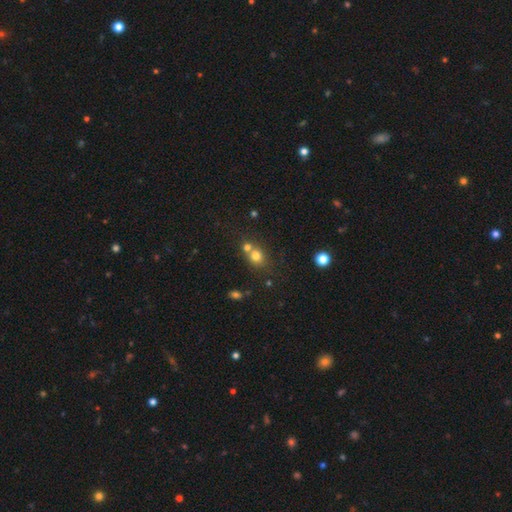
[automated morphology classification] type=smooth (75%); roundness=round (71%); merging=merger (46%).